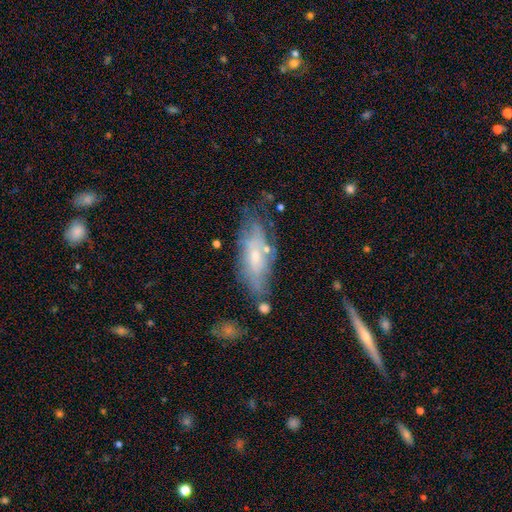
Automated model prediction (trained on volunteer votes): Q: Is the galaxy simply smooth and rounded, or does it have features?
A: featured or disk — 55%.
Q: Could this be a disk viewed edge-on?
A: no — 73%.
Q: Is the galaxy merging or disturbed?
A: none — 60%.